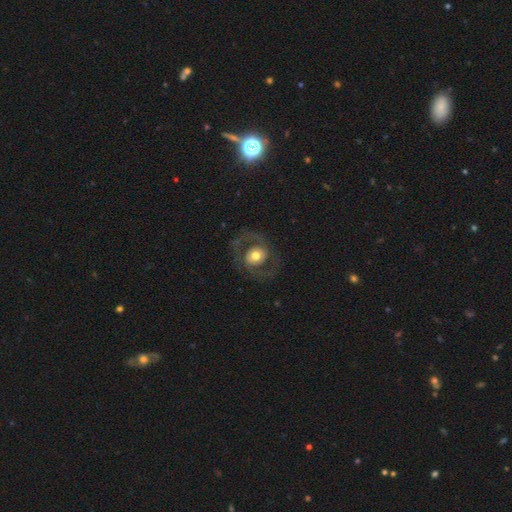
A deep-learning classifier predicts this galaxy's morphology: A featured or disk galaxy (68%) with no bar (71%), spiral arms (72%) and a moderate central bulge (60%). Merging: none (73%).